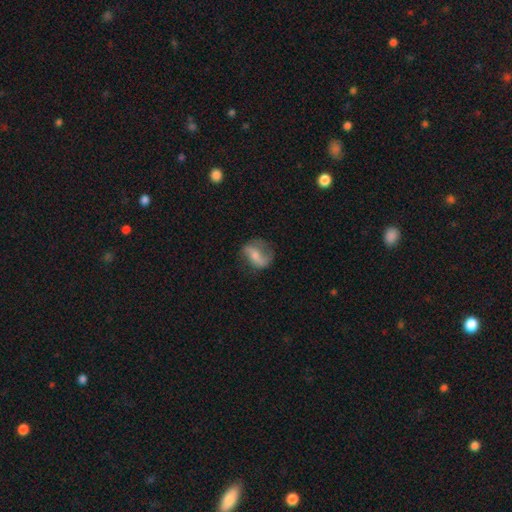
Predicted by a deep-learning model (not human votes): This appears to be a featured or disk galaxy (59%) with a weak bar (37%), spiral arms (82%) and a small central bulge (40%, tied with moderate). Merging: none (59%).